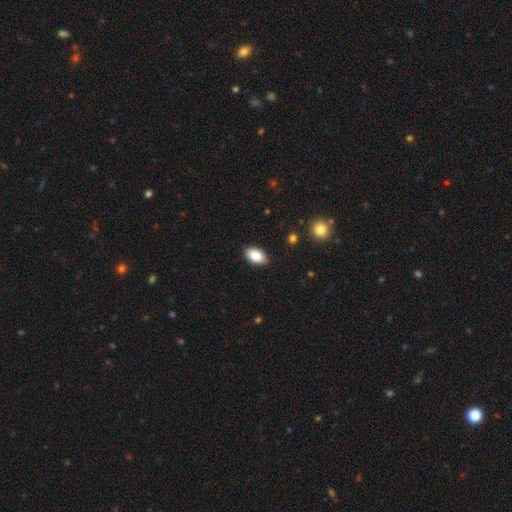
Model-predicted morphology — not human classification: Smooth or featured? smooth (84%)
How rounded? in between (92%)
Merging? none (88%)